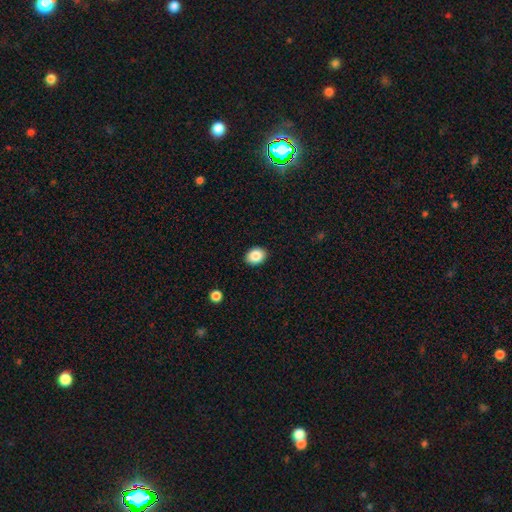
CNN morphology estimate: smooth 87%, star or artifact 8%, featured or disk 5%. Down the decision tree: how rounded — in between (59%); merging — none (90%).